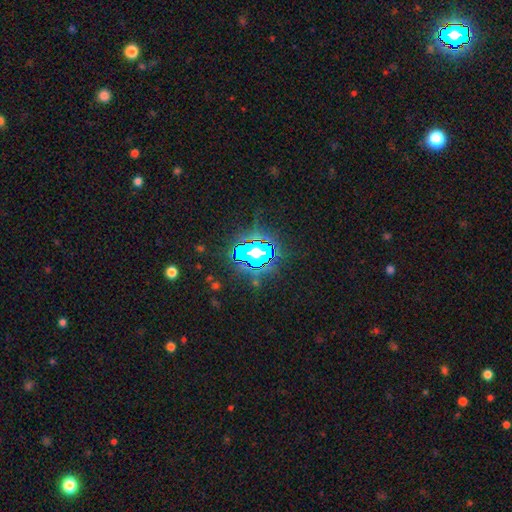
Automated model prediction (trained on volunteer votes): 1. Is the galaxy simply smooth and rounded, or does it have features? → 79% star or artifact, 12% smooth, 9% featured or disk.